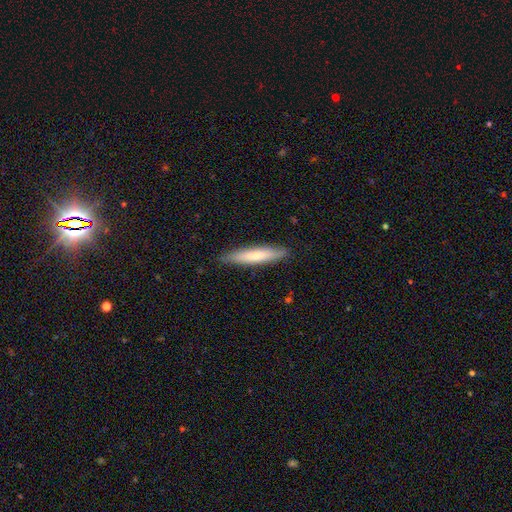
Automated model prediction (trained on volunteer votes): Smooth or featured? Predicted: smooth (p=0.67). How rounded? Predicted: cigar-shaped (p=0.89). Merging? Predicted: none (p=0.87).